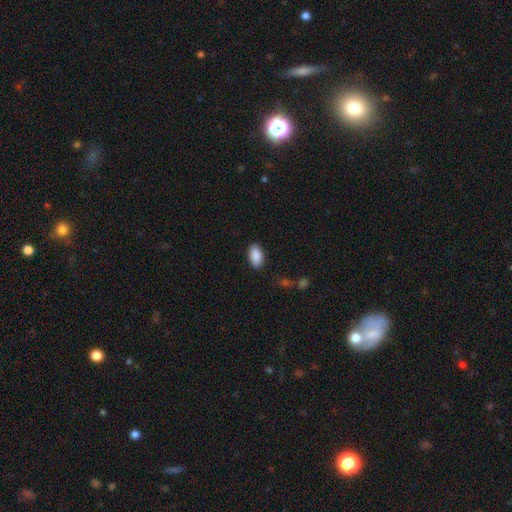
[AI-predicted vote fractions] Smooth or featured? smooth (90%)
How rounded? in between (94%)
Merging? none (87%)